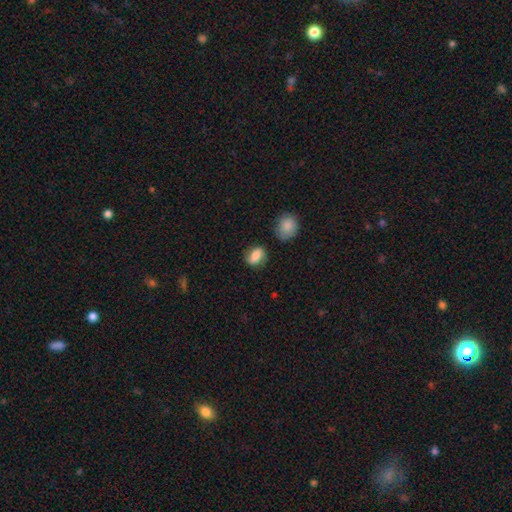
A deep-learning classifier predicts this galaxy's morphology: smooth-or-featured: smooth: 74% | featured or disk: 17% | star or artifact: 9%
  how-rounded: in between: 74% | round: 22% | cigar-shaped: 4%
  merging: none: 68% | minor disturbance: 21% | major disturbance: 6% | merger: 5%